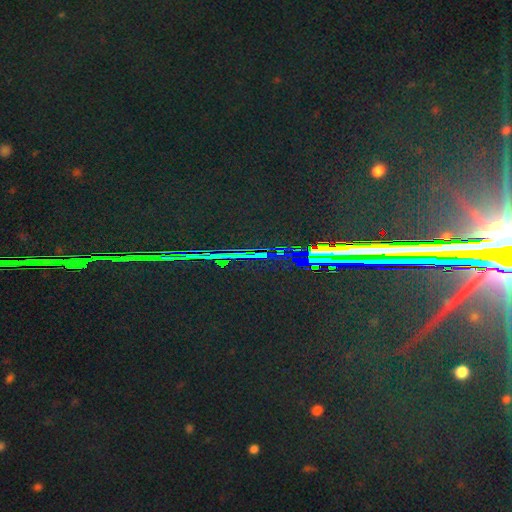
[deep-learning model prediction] A star or artifact, not a galaxy (85%).